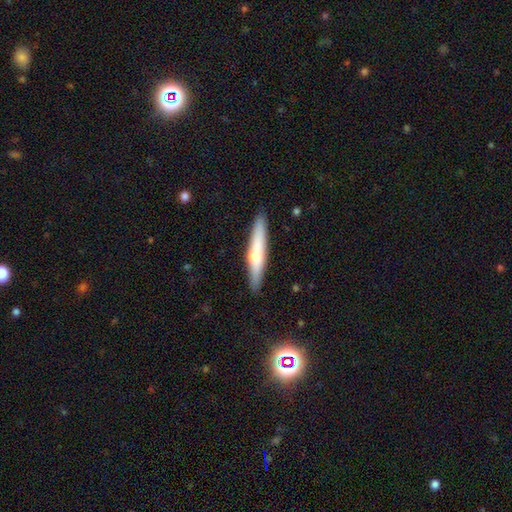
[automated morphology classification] Smooth or featured: featured or disk — 47% (tied with smooth — 47%)
Merging: none — 89% (minor disturbance — 8%)